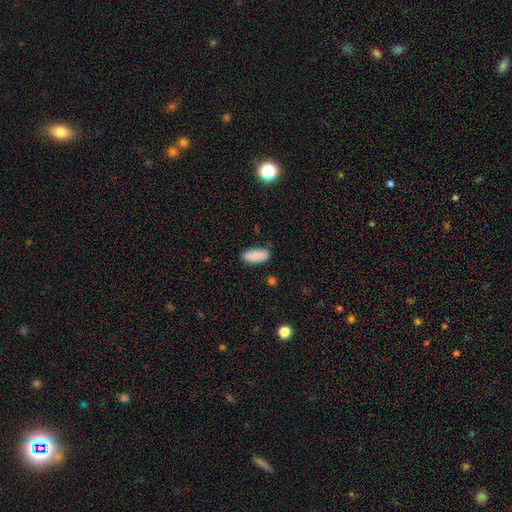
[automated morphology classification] Smooth or featured?
  - smooth: 82% *
  - featured or disk: 11%
  - star or artifact: 7%
How rounded?
  - in between: 87% *
  - cigar-shaped: 11%
  - round: 2%
Merging?
  - none: 80% *
  - minor disturbance: 15%
  - major disturbance: 3%
  - merger: 2%